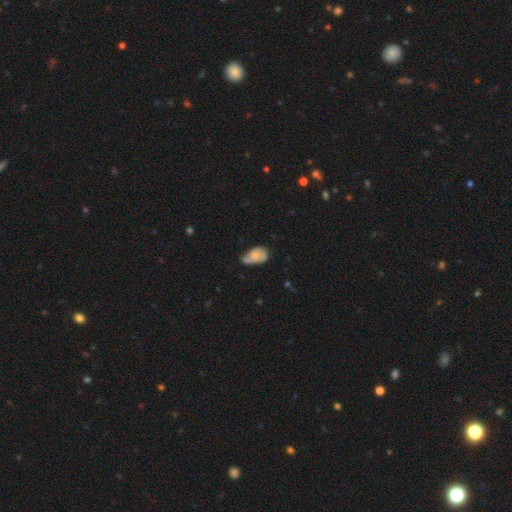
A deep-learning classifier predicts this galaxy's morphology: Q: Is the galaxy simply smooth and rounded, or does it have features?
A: smooth — 61%.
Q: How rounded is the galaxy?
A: in between — 85%.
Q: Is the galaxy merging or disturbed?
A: minor disturbance — 39%.